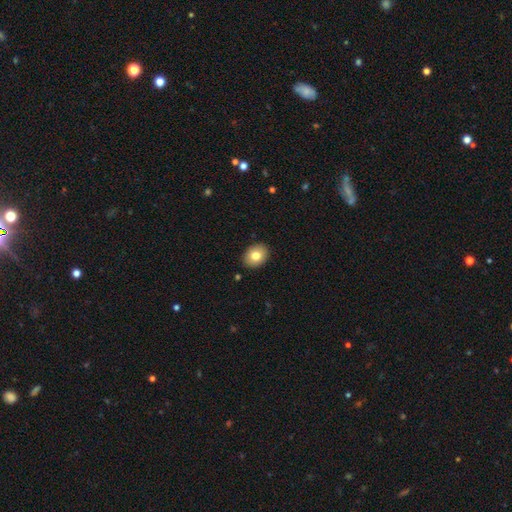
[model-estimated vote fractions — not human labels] smooth-or-featured: smooth: 79% | featured or disk: 13% | star or artifact: 8%
  how-rounded: in between: 61% | round: 38% | cigar-shaped: 1%
  merging: none: 89% | minor disturbance: 8% | major disturbance: 2% | merger: 1%